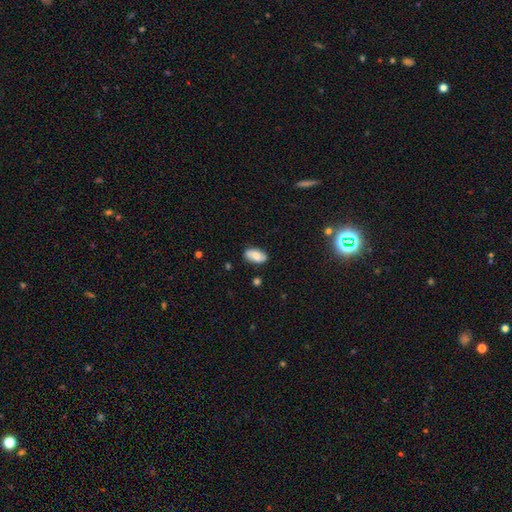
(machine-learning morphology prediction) This appears to be a smooth galaxy with no disk features (66%) that is in between round and cigar-shaped (93%). Merging: none (82%).